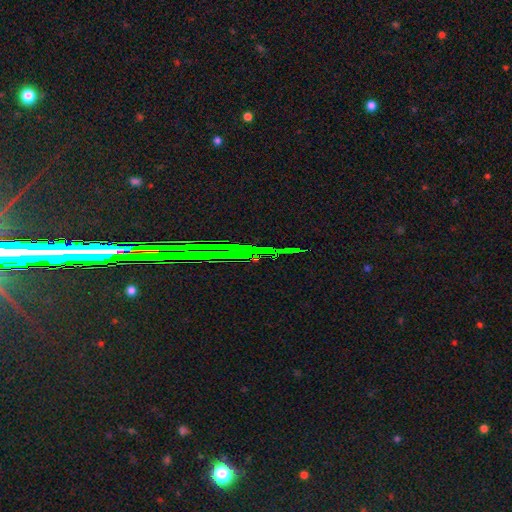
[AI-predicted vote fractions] Q: Smooth or featured?
A: star or artifact (74%); runner-up: featured or disk (14%)